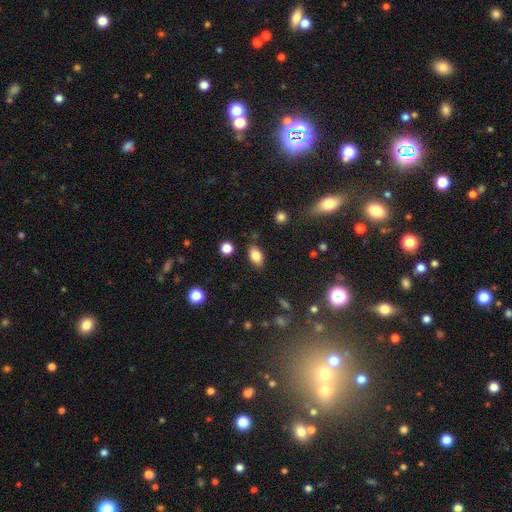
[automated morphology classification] smooth-or-featured: smooth: 82% | star or artifact: 9% | featured or disk: 8%
  how-rounded: in between: 88% | round: 9% | cigar-shaped: 3%
  merging: none: 82% | minor disturbance: 12% | major disturbance: 3% | merger: 3%